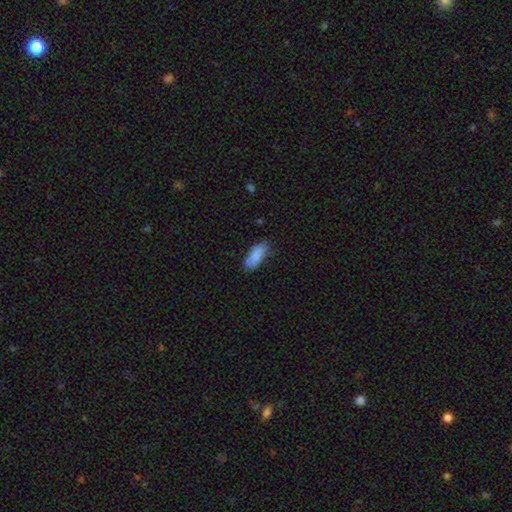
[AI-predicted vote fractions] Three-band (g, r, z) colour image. It shows a smooth galaxy with no disk features (87%) that is in between round and cigar-shaped (81%). Merging: none (75%).